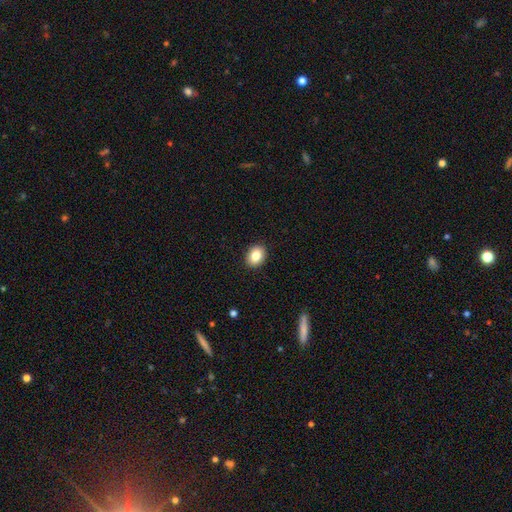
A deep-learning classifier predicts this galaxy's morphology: smooth 84%, star or artifact 9%, featured or disk 8%. Down the decision tree: how rounded — in between (58%); merging — none (91%).